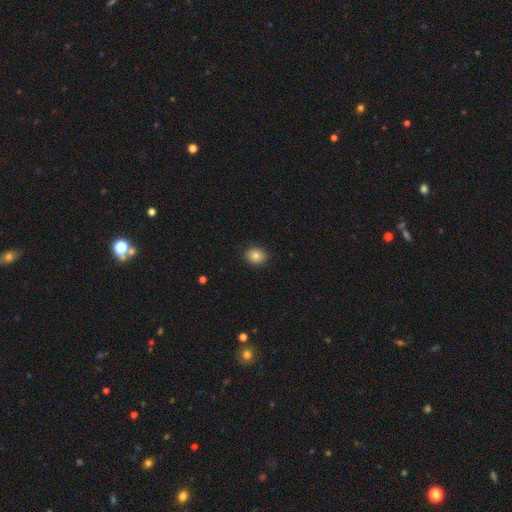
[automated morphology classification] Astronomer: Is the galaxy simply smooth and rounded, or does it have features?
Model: smooth — 81%.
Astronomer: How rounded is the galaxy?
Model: round — 56% (runner-up: in between, 43%).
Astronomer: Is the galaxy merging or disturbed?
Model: none — 90%.